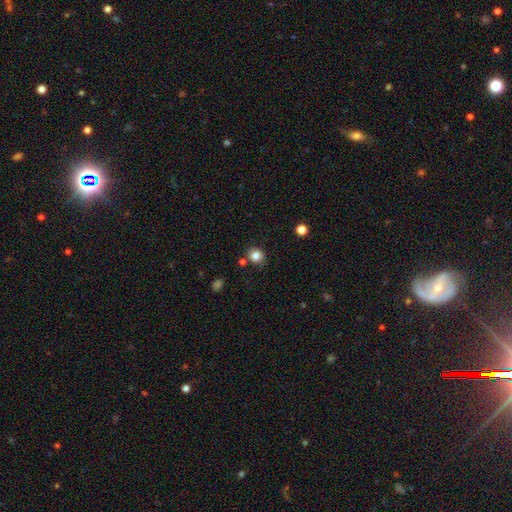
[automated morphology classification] This appears to be a smooth galaxy with no disk features (83%) that is round (83%). Merging: none (79%).